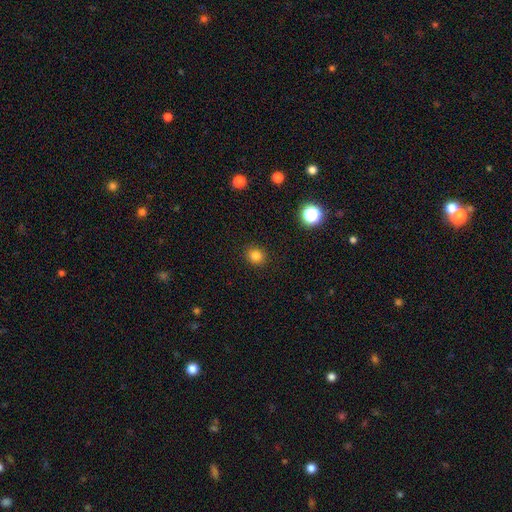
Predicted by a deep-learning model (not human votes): Morphology: type=smooth (82%); roundness=round (83%); merging=none (91%).